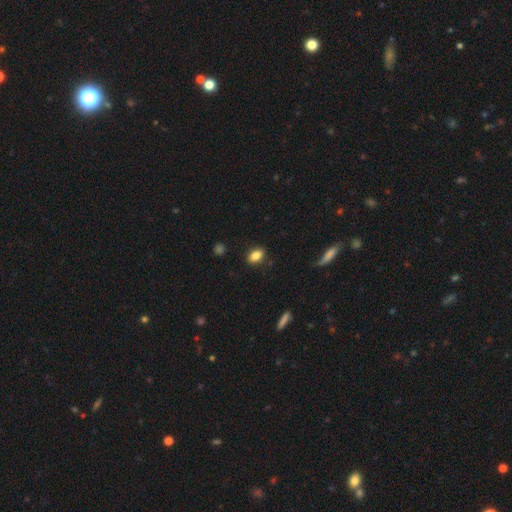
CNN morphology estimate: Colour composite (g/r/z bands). It shows a smooth galaxy with no disk features (85%) that is in between round and cigar-shaped (83%). Merging: none (86%).